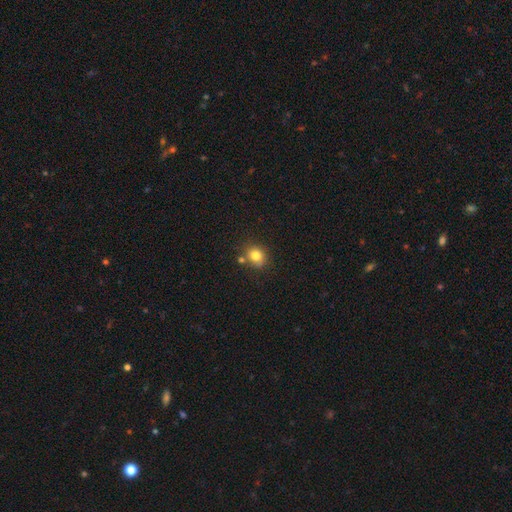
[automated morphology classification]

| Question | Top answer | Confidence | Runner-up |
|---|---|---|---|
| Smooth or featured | smooth | 80% | star or artifact (12%) |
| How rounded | round | 71% | in between (28%) |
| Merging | none | 70% | minor disturbance (14%) |